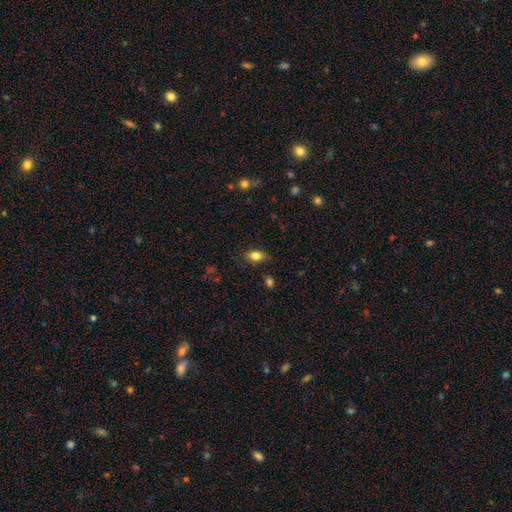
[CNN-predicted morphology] Smooth or featured? Predicted: smooth (p=0.82). How rounded? Predicted: in between (p=0.82). Merging? Predicted: none (p=0.80).